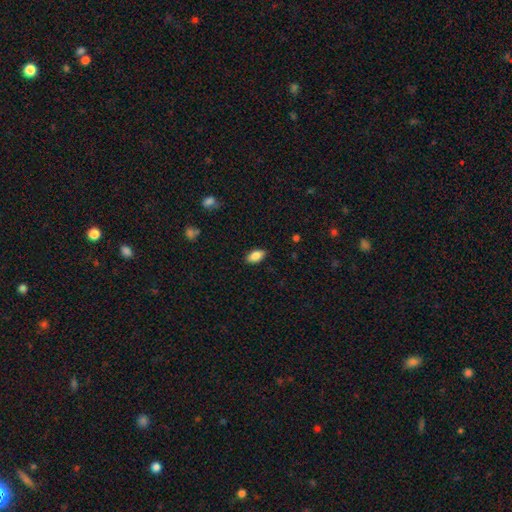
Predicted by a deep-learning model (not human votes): A smooth galaxy with no disk features (85%) that is in between round and cigar-shaped (91%). Merging: none (87%).